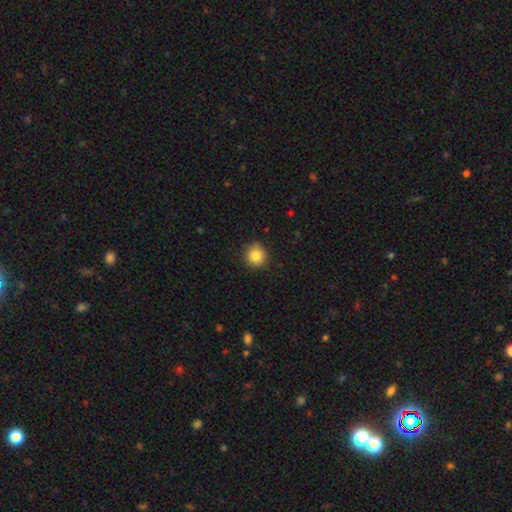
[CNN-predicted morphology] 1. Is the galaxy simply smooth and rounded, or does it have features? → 85% smooth, 10% star or artifact, 6% featured or disk.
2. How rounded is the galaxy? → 93% round, 6% in between, 1% cigar-shaped.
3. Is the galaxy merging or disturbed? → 86% none, 11% minor disturbance, 2% major disturbance, 1% merger.